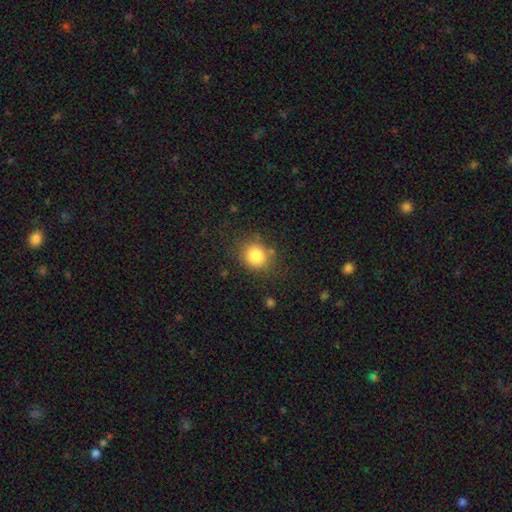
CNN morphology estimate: type=smooth (84%); roundness=round (77%); merging=none (80%).